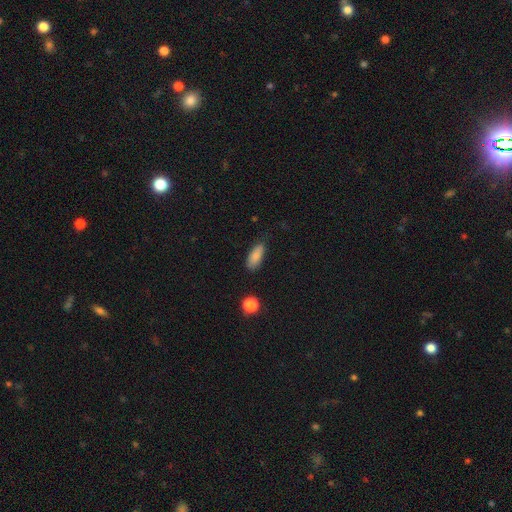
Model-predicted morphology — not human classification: smooth 83%, featured or disk 9%, star or artifact 8%. Down the decision tree: how rounded — in between (78%); merging — none (72%).